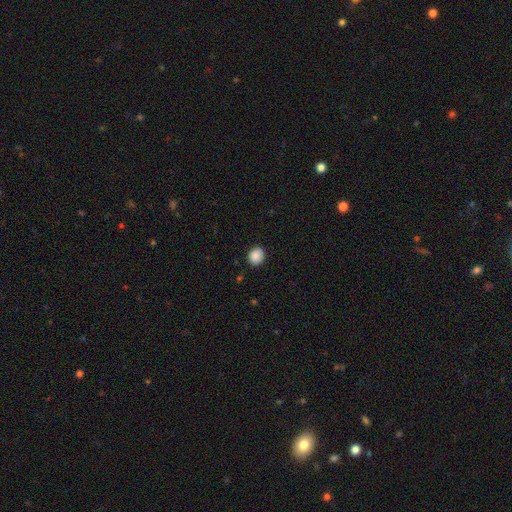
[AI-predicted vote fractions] This appears to be a smooth galaxy with no disk features (89%) that is round (74%). Merging: none (89%).